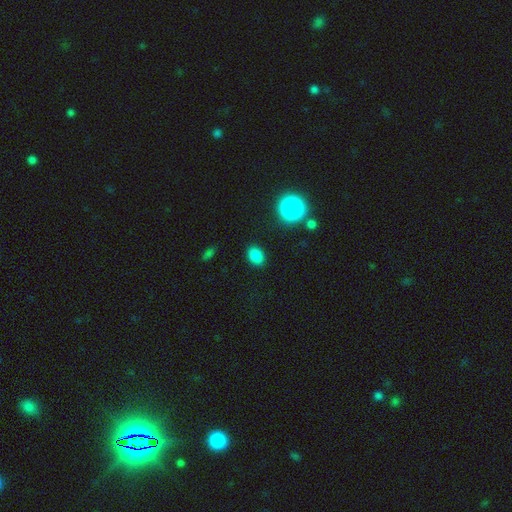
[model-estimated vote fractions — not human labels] Q: Smooth or featured?
A: smooth (83%); runner-up: star or artifact (12%)
Q: How rounded?
A: in between (71%); runner-up: round (28%)
Q: Merging?
A: none (88%); runner-up: minor disturbance (8%)